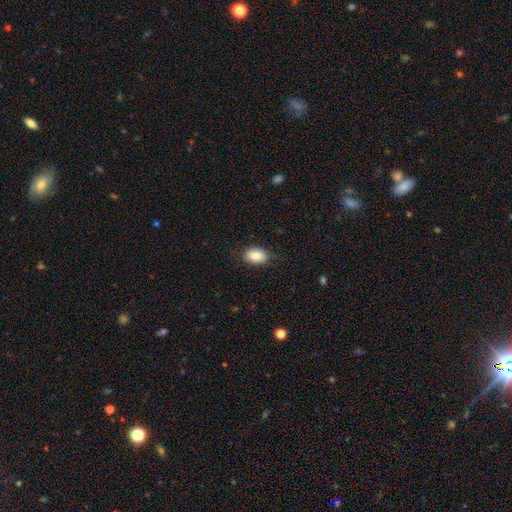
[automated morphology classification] Smooth or featured?
  - smooth: 85% *
  - featured or disk: 8%
  - star or artifact: 7%
How rounded?
  - in between: 83% *
  - round: 16%
  - cigar-shaped: 1%
Merging?
  - none: 82% *
  - minor disturbance: 14%
  - major disturbance: 3%
  - merger: 1%